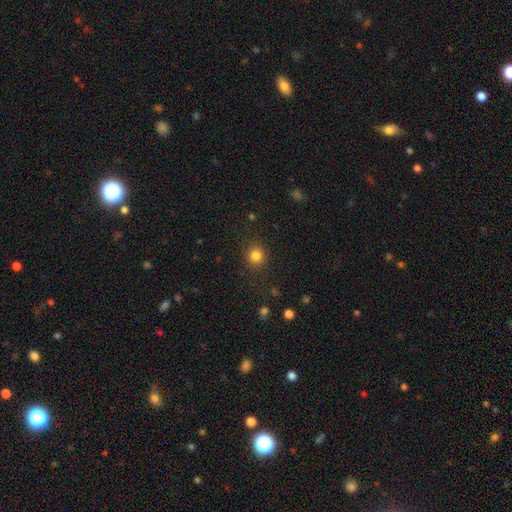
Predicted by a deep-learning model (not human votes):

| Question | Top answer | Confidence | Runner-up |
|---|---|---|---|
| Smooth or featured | smooth | 84% | star or artifact (12%) |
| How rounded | round | 90% | in between (9%) |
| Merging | none | 88% | minor disturbance (7%) |